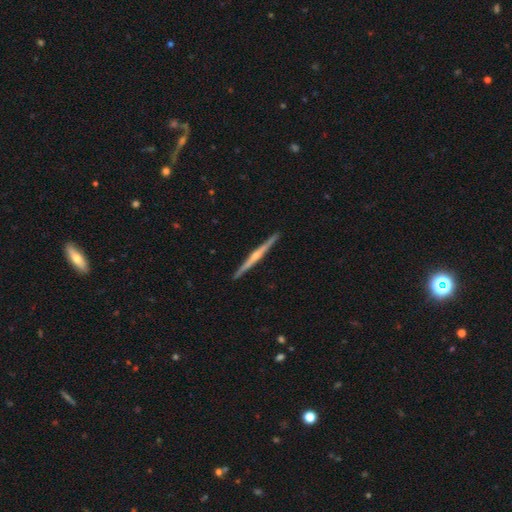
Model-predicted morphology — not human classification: The model was most divided on "smooth or featured": featured or disk: 75%, smooth: 18%, star or artifact: 7%. More confident: edge-on disk — yes (98%); merging — none (90%); edge-on bulge — rounded (75%).